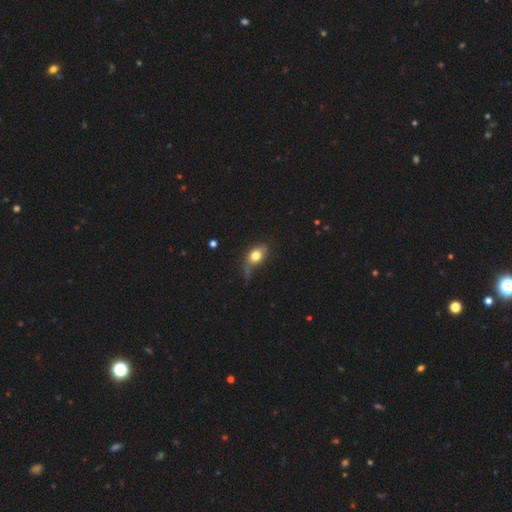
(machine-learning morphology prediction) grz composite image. It shows a smooth galaxy with no disk features (75%) that is in between round and cigar-shaped (73%). Merging: none (41%).